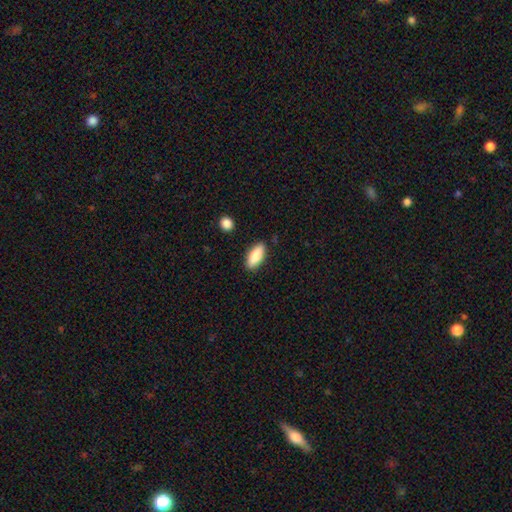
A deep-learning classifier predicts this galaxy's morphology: Overall: smooth (83%). How rounded: in between (82%). Merging: none (87%).